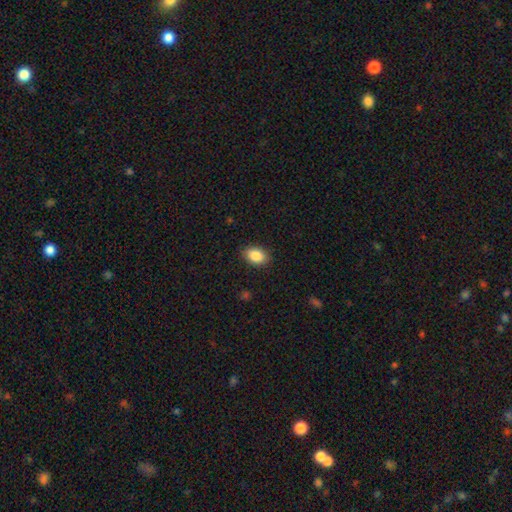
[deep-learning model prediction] Smooth or featured?
  - smooth: 88% *
  - star or artifact: 8%
  - featured or disk: 5%
How rounded?
  - in between: 82% *
  - round: 17%
  - cigar-shaped: 1%
Merging?
  - none: 88% *
  - minor disturbance: 9%
  - major disturbance: 2%
  - merger: 1%